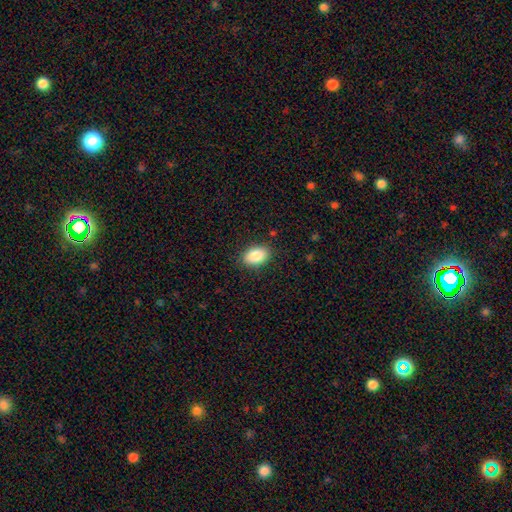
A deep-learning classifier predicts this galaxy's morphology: A smooth galaxy with no disk features (87%) that is in between round and cigar-shaped (87%). Merging: none (87%).